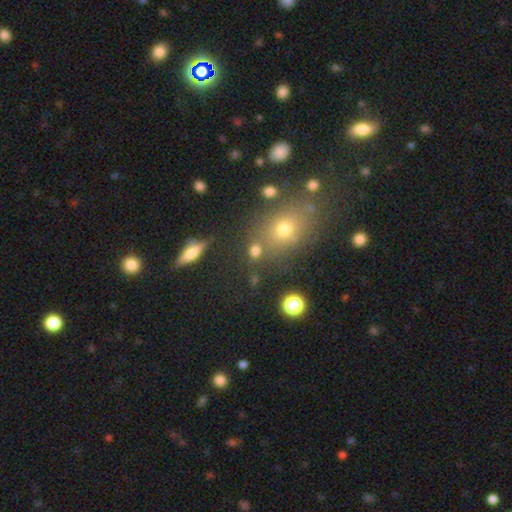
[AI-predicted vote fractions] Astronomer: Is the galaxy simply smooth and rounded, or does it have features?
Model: smooth — 55% (runner-up: star or artifact, 32%).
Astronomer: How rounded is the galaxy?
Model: round — 51% (runner-up: in between, 45%).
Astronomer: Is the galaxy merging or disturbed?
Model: none — 76%.